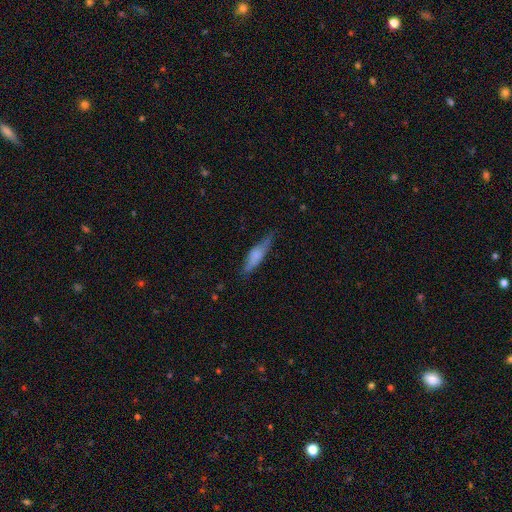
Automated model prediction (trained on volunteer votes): Q: Smooth or featured?
A: smooth (63%); runner-up: featured or disk (30%)
Q: How rounded?
A: cigar-shaped (68%); runner-up: in between (30%)
Q: Merging?
A: none (68%); runner-up: minor disturbance (24%)